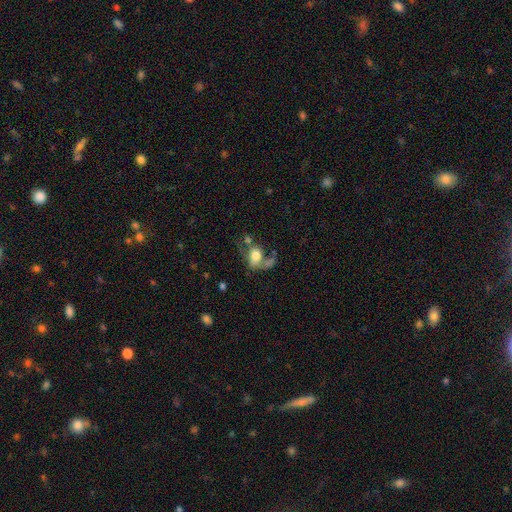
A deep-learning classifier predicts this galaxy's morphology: Smooth or featured?
  - smooth: 63% *
  - featured or disk: 27%
  - star or artifact: 10%
How rounded?
  - in between: 66% *
  - round: 33%
  - cigar-shaped: 2%
Merging?
  - merger: 34% *
  - major disturbance: 27%
  - none: 24%
  - minor disturbance: 15%